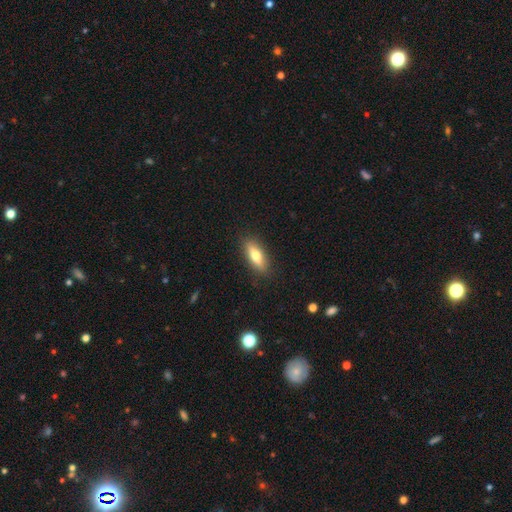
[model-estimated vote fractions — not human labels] Morphology: type=smooth (65%); roundness=in between (57%); merging=none (87%).